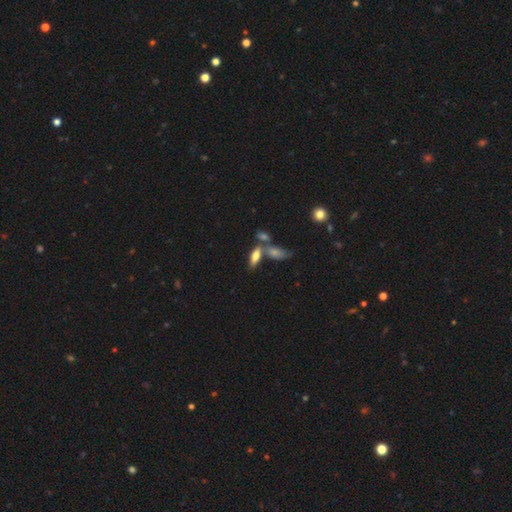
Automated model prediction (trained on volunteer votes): smooth 66%, featured or disk 25%, star or artifact 9%. Down the decision tree: how rounded — in between (66%); merging — none (46%).